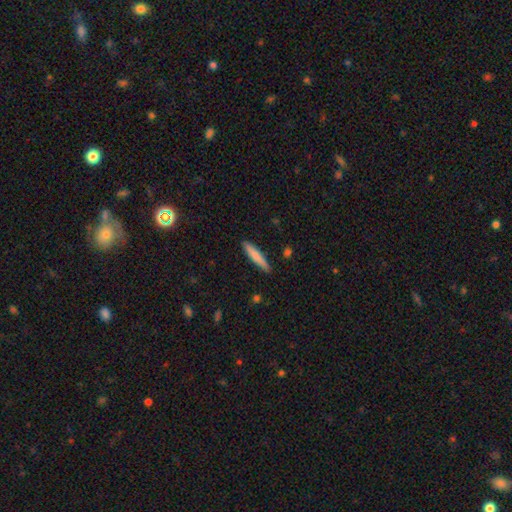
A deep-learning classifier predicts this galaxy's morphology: This appears to be a smooth galaxy with no disk features (77%) that is cigar-shaped (91%). Merging: none (88%).